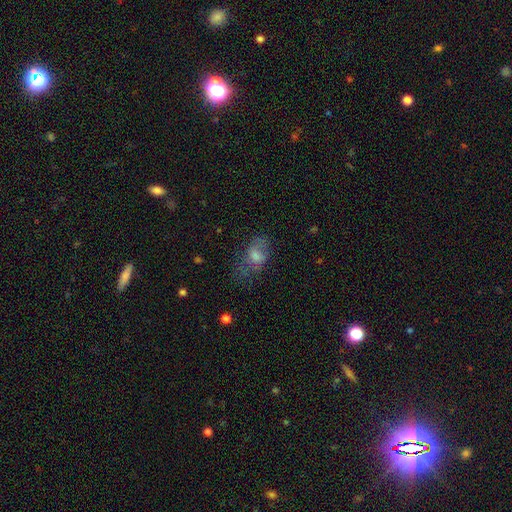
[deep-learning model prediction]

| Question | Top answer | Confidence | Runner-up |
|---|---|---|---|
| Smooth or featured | smooth | 54% | featured or disk (31%) |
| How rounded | in between | 83% | round (13%) |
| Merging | none | 47% | major disturbance (26%) |